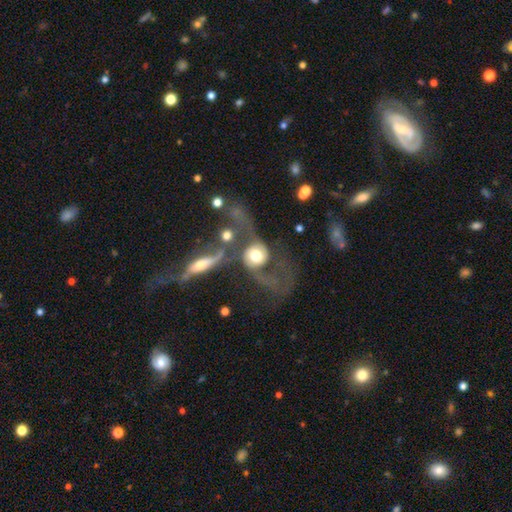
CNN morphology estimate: Smooth or featured? Predicted: featured or disk (p=0.61). Edge-on disk? Predicted: no (p=0.91). Bar? Predicted: no (p=0.73). Spiral arms? Predicted: yes (p=0.72). Bulge size? Predicted: moderate (p=0.46). Merging? Predicted: merger (p=0.46).